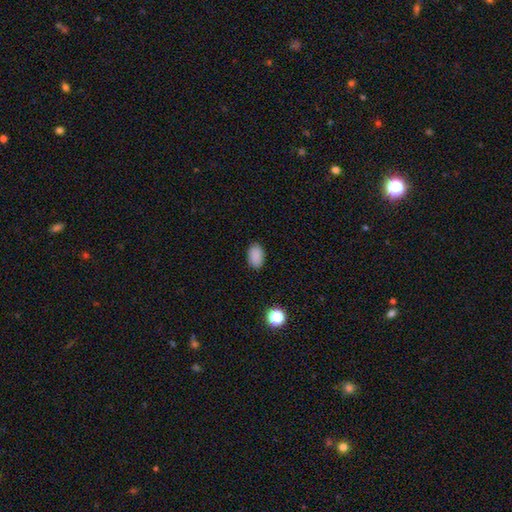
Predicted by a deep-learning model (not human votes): Smooth or featured? smooth (88%)
How rounded? in between (89%)
Merging? none (88%)